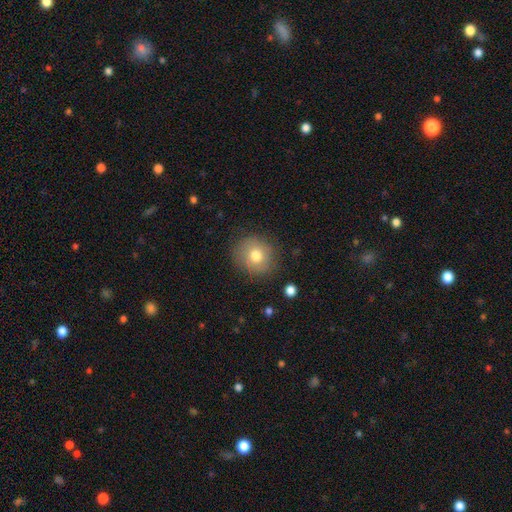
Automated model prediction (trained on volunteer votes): smooth 75%, featured or disk 15%, star or artifact 10%. Down the decision tree: how rounded — round (83%); merging — none (82%).